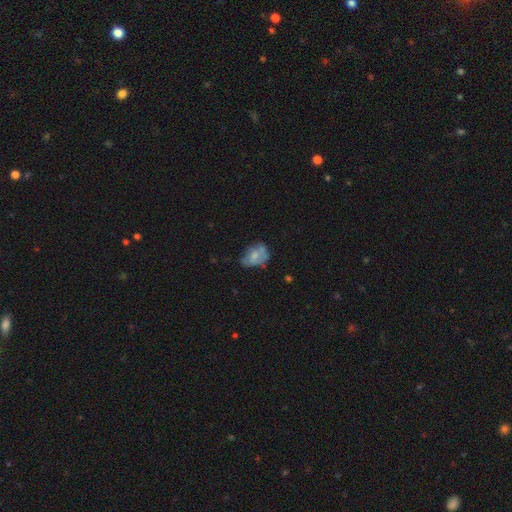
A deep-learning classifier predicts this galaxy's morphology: Smooth or featured? smooth (53%)
How rounded? in between (78%)
Merging? none (44%)